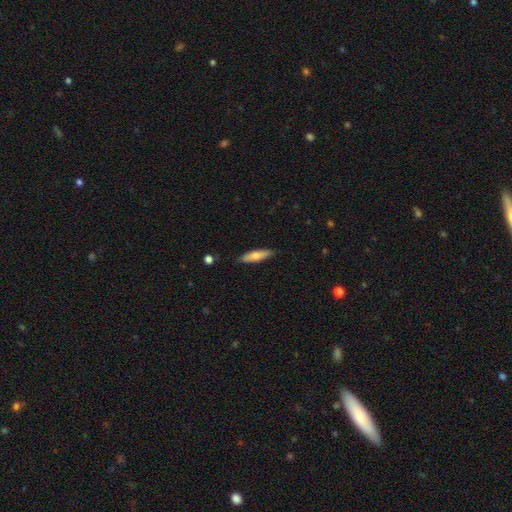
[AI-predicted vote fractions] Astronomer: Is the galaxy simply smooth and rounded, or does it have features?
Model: smooth — 68%.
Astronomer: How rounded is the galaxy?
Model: cigar-shaped — 68%.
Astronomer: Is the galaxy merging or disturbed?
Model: none — 86%.